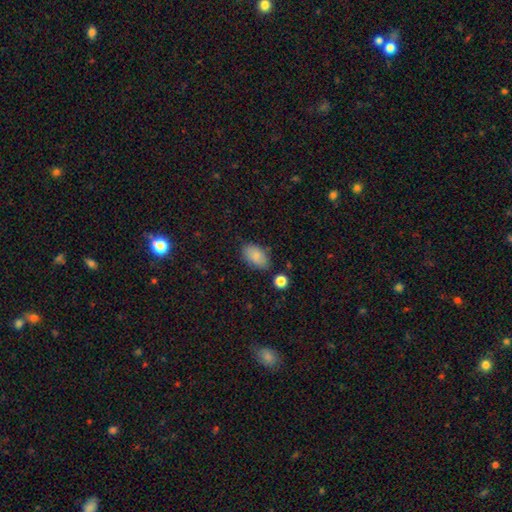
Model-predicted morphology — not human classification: Smooth or featured?
  - smooth: 85% *
  - star or artifact: 7%
  - featured or disk: 7%
How rounded?
  - in between: 92% *
  - round: 6%
  - cigar-shaped: 2%
Merging?
  - none: 78% *
  - minor disturbance: 15%
  - major disturbance: 4%
  - merger: 3%